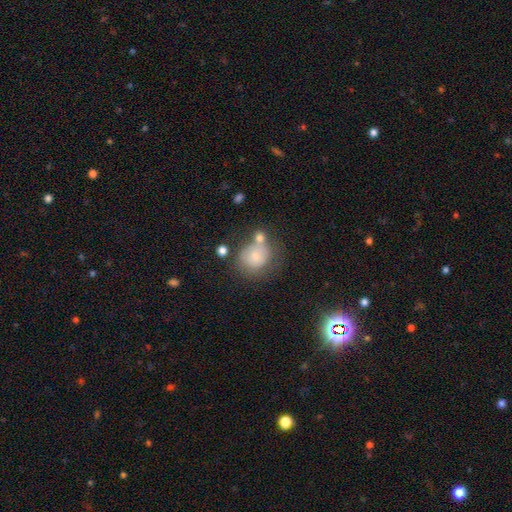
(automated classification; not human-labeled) Morphology: type=smooth (73%); roundness=round (78%); merging=none (47%).